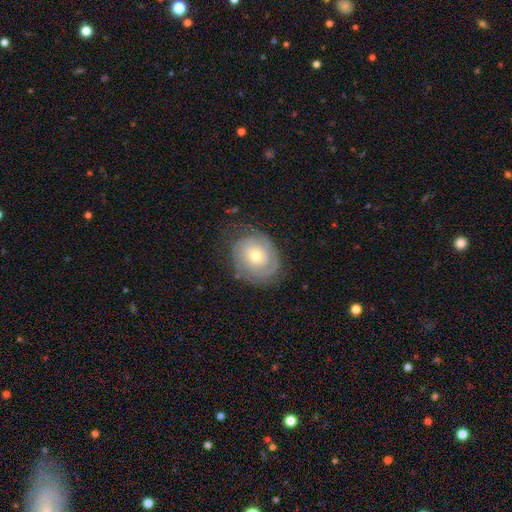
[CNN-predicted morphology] Smooth or featured: featured or disk — 72% (smooth — 22%)
Edge-on disk: no — 97% (yes — 3%)
Bar: no — 81% (weak — 16%)
Spiral arms: yes — 87% (no — 13%)
Spiral winding: tight — 74% (medium — 19%)
Spiral arm count: 2 — 41% (can't tell — 33%)
Bulge size: moderate — 56% (small — 40%)
Merging: none — 71% (minor disturbance — 19%)